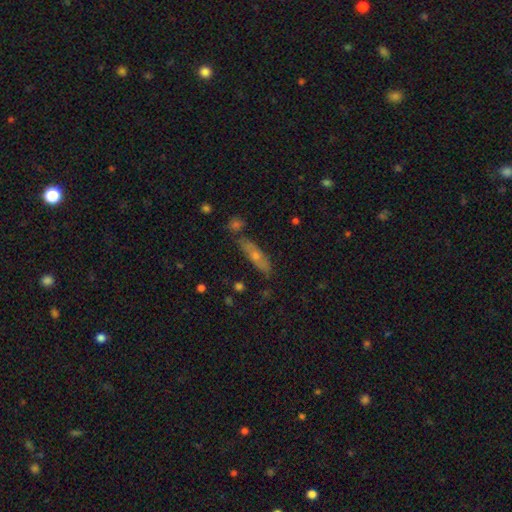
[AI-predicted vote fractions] smooth_or_featured: smooth (p=0.53) [alt: featured or disk p=0.38]
how_rounded: cigar-shaped (p=0.65) [alt: in between p=0.32]
merging: none (p=0.71) [alt: minor disturbance p=0.17]